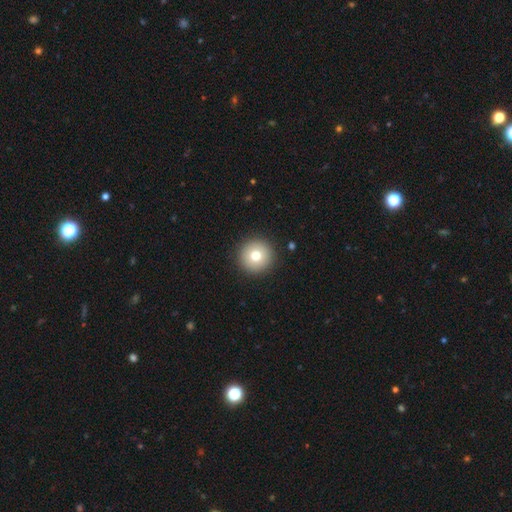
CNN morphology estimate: This is likely a smooth galaxy (75%). How rounded: clearly round (96%). Merging: clearly none (93%).